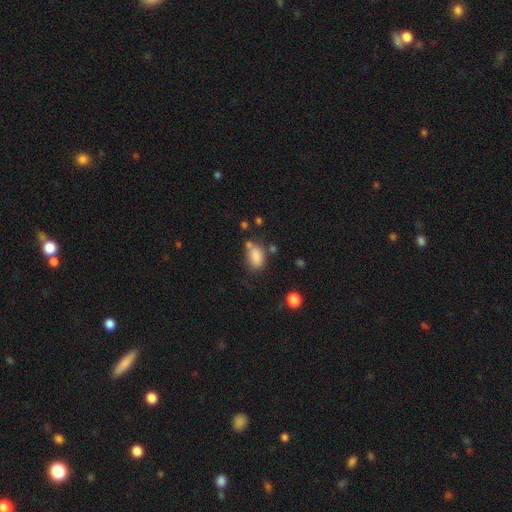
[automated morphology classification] smooth 83%, star or artifact 10%, featured or disk 7%. Down the decision tree: how rounded — in between (85%); merging — none (55%).